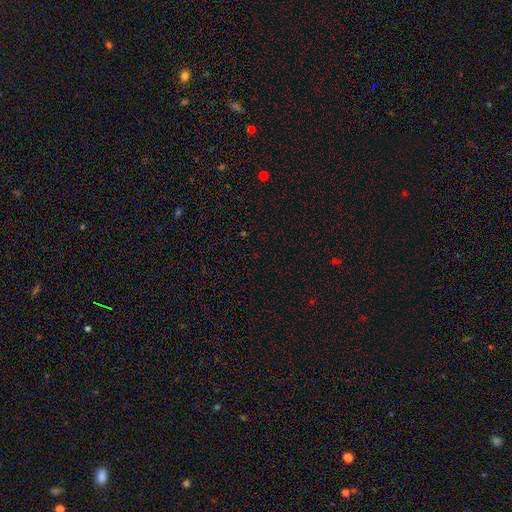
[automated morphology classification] type=star or artifact (66%).